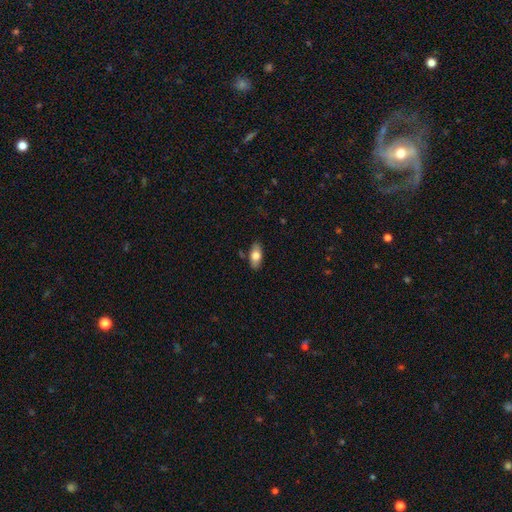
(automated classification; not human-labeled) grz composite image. It shows a smooth galaxy with no disk features (75%) that is in between round and cigar-shaped (88%). Merging: none (84%).